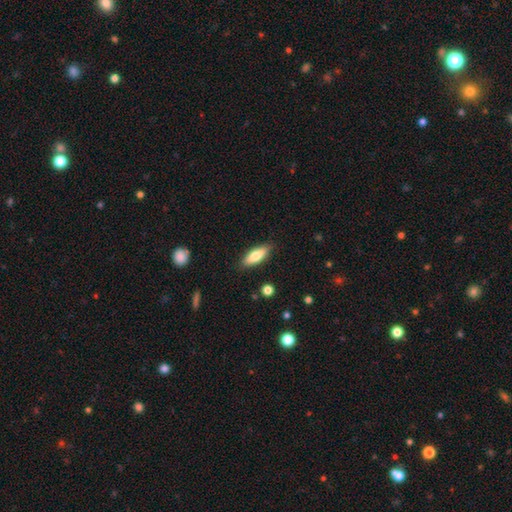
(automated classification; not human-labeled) Q: Smooth or featured?
A: smooth (72%); runner-up: featured or disk (21%)
Q: How rounded?
A: in between (60%); runner-up: cigar-shaped (38%)
Q: Merging?
A: none (86%); runner-up: minor disturbance (10%)